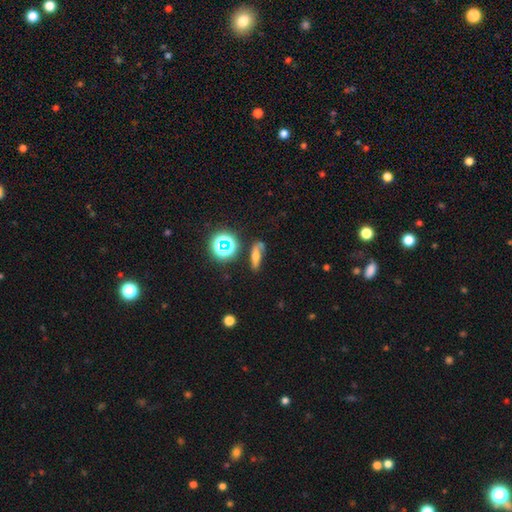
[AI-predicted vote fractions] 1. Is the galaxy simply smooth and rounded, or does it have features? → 51% smooth, 26% featured or disk, 22% star or artifact.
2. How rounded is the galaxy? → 47% cigar-shaped, 39% in between, 14% round.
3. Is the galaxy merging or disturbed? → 60% none, 21% minor disturbance, 11% major disturbance, 8% merger.